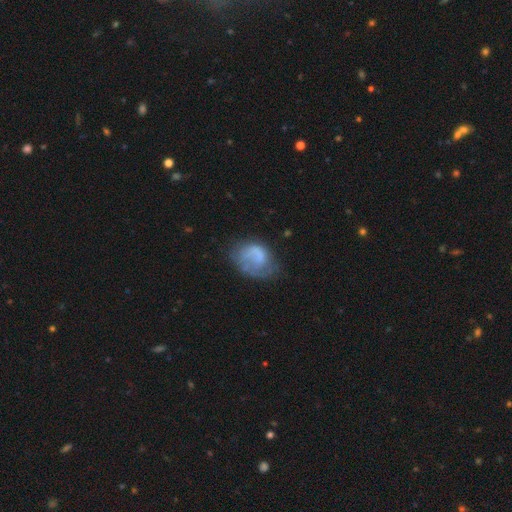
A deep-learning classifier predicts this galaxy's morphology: type=smooth (52%); roundness=in between (67%); merging=none (40%).